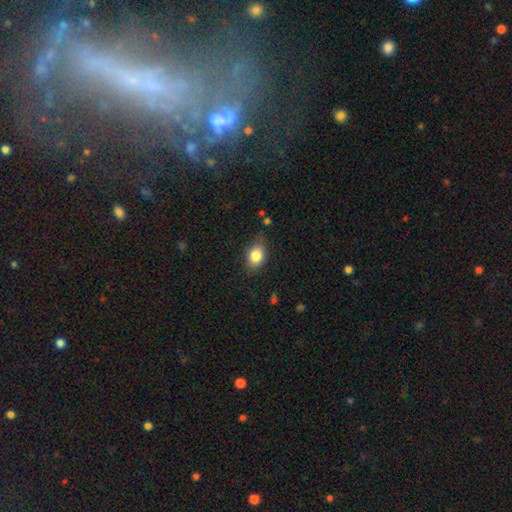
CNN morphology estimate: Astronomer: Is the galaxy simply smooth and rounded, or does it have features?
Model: smooth — 83%.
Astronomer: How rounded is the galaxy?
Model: in between — 72%.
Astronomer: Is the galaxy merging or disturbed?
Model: none — 72%.